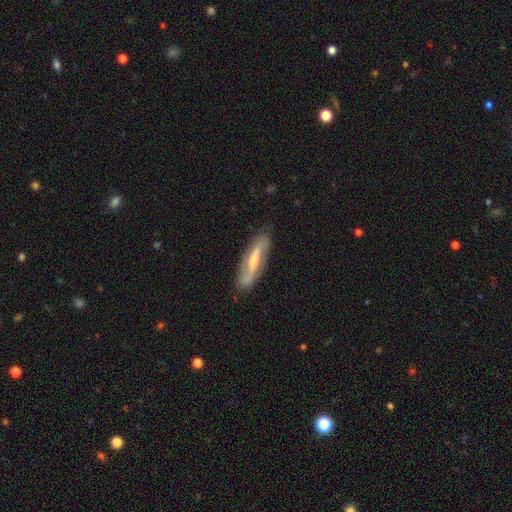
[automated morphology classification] This appears to be a featured or disk galaxy (76%) with a strong bar (46%), spiral arms (87%) and a small central bulge (49%). Merging: none (83%).